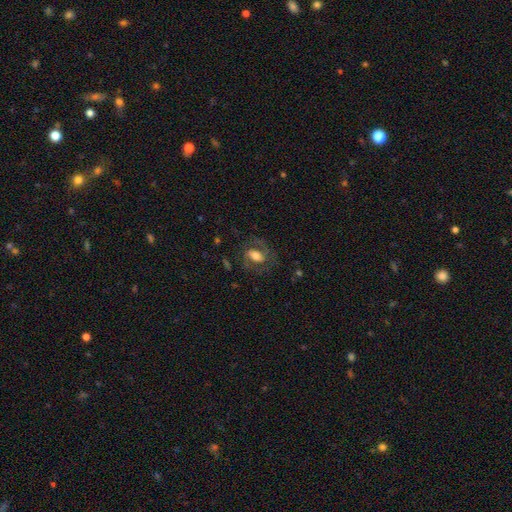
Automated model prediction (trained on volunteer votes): This appears to be a featured or disk galaxy (60%) with a weak bar (39%), spiral arms (81%) and a moderate central bulge (49%). Merging: none (67%).